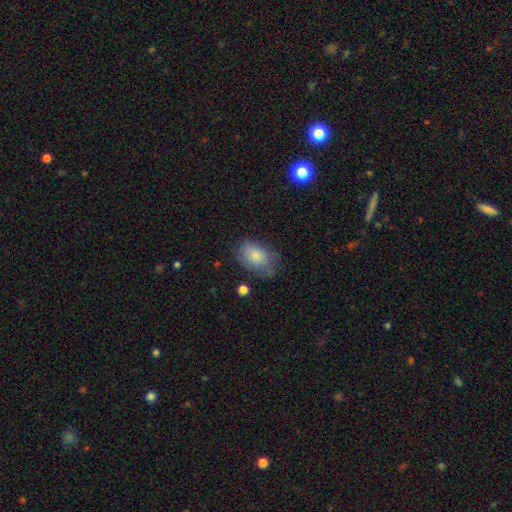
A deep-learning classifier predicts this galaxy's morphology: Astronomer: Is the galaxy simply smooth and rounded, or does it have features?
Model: smooth — 78%.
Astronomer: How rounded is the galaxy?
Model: in between — 86%.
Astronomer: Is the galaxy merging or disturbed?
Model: none — 60%.